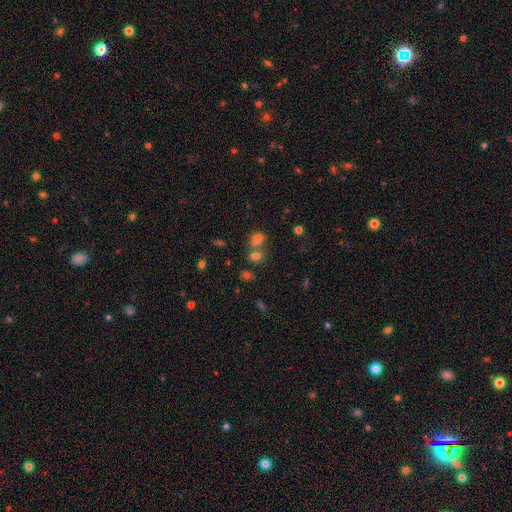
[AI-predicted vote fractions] This is likely a smooth galaxy (68%). How rounded: possibly in between (57%). Merging: marginally none (44%).